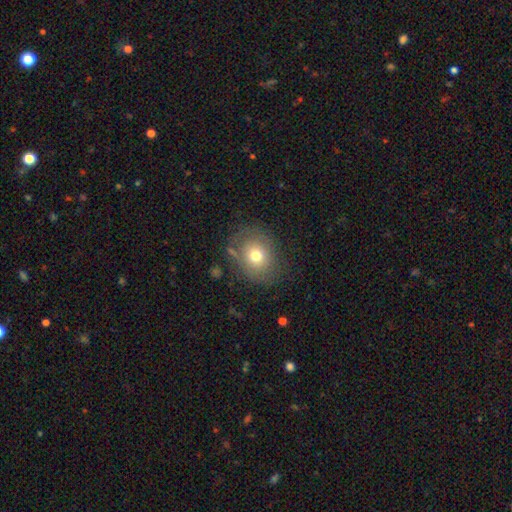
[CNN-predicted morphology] type=smooth (69%); roundness=round (62%); merging=none (74%).